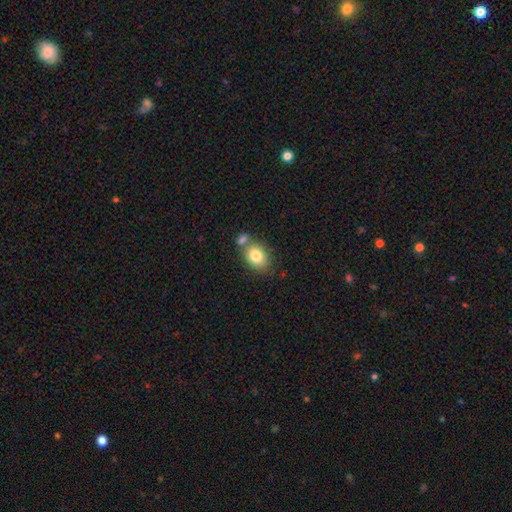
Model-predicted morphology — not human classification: smooth_or_featured: smooth (p=0.81) [alt: featured or disk p=0.10]
how_rounded: in between (p=0.65) [alt: round p=0.34]
merging: none (p=0.56) [alt: merger p=0.26]